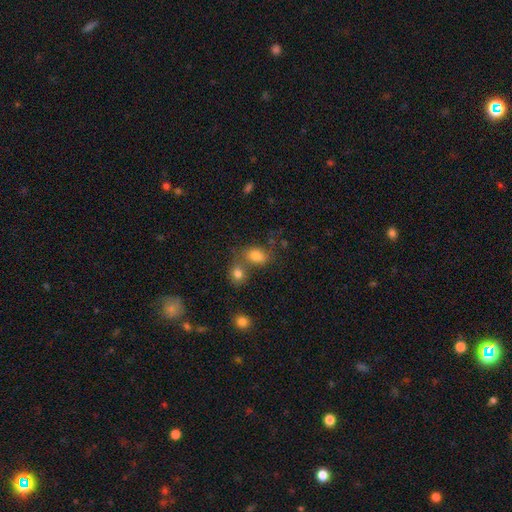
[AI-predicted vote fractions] Overall: smooth (78%). How rounded: in between (73%). Merging: none (42%; merger 39%).